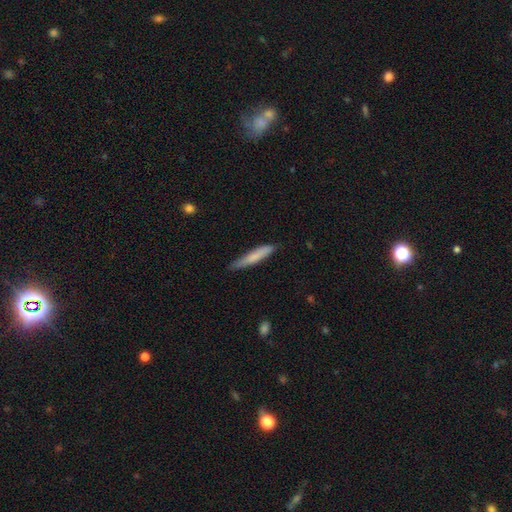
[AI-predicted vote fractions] Q: Smooth or featured?
A: smooth (73%); runner-up: featured or disk (22%)
Q: How rounded?
A: cigar-shaped (92%); runner-up: in between (7%)
Q: Merging?
A: none (74%); runner-up: minor disturbance (21%)